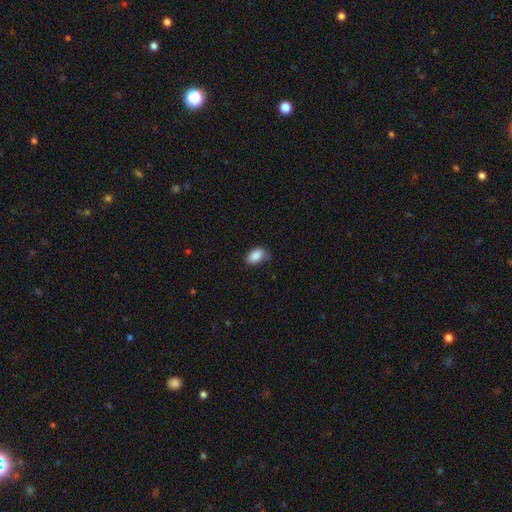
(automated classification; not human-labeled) A smooth galaxy with no disk features (88%) that is in between round and cigar-shaped (90%).

Vote fractions:
- Smooth or featured? smooth: 88% / star or artifact: 7% / featured or disk: 5%
- How rounded? in between: 90% / round: 9% / cigar-shaped: 1%
- Merging? none: 62% / minor disturbance: 29% / major disturbance: 7% / merger: 2%